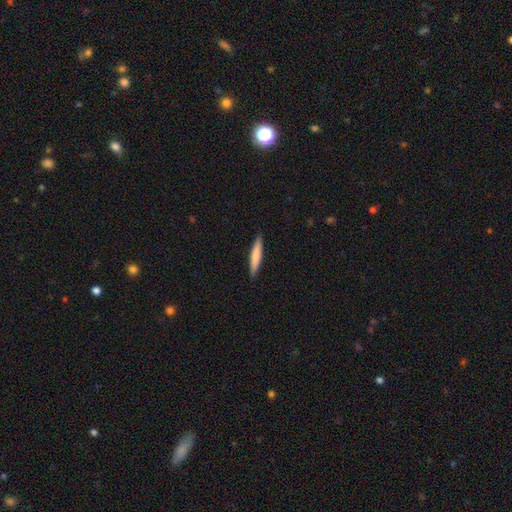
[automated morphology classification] Overall: smooth (75%). How rounded: cigar-shaped (92%). Merging: none (91%).